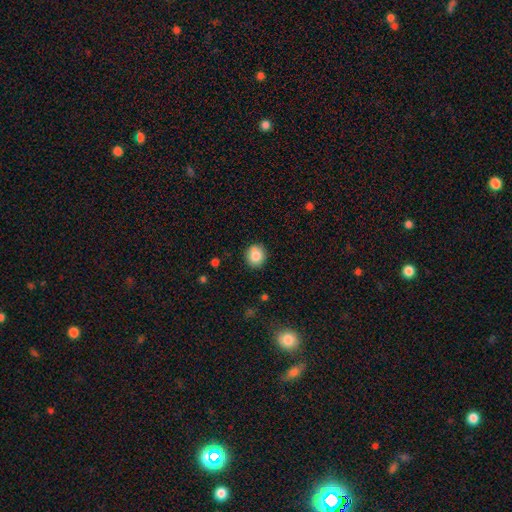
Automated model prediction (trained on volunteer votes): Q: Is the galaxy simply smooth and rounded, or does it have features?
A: smooth — 85%.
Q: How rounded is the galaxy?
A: round — 78%.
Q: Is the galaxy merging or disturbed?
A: none — 87%.